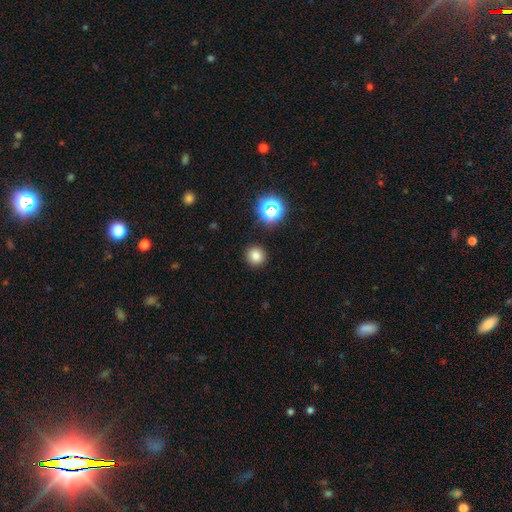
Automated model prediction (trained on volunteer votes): smooth-or-featured: smooth: 78% | star or artifact: 16% | featured or disk: 6%
  how-rounded: round: 92% | in between: 7% | cigar-shaped: 1%
  merging: none: 91% | minor disturbance: 6% | major disturbance: 2% | merger: 1%